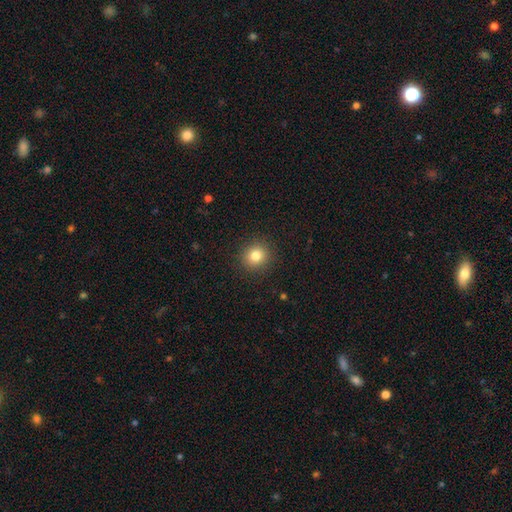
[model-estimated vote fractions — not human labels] Overall: smooth (81%). How rounded: round (89%). Merging: none (91%).